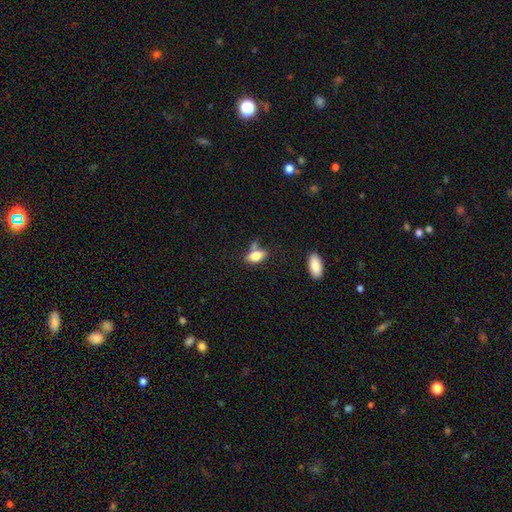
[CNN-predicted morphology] Smooth or featured? smooth (77%)
How rounded? in between (86%)
Merging? none (55%)